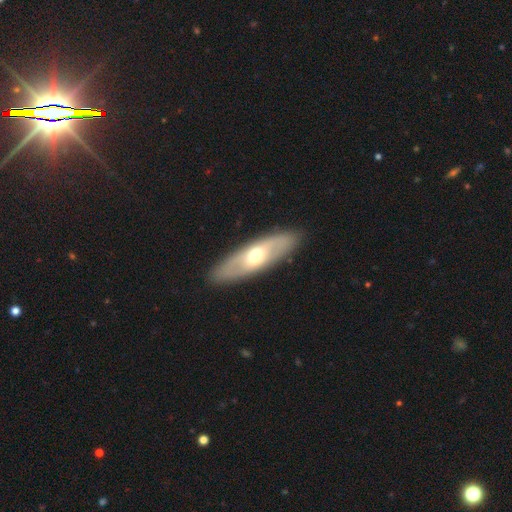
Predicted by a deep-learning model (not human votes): A featured or disk galaxy (53%). Merging: none (89%).